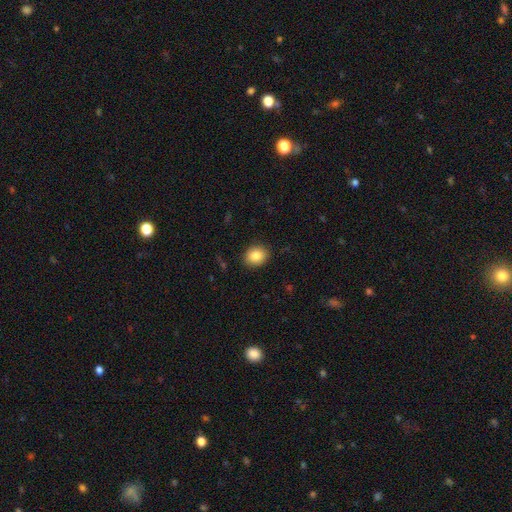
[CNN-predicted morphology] The model was most divided on "how rounded": round: 58%, in between: 41%, cigar-shaped: 1%. More confident: merging — none (89%); smooth or featured — smooth (85%).